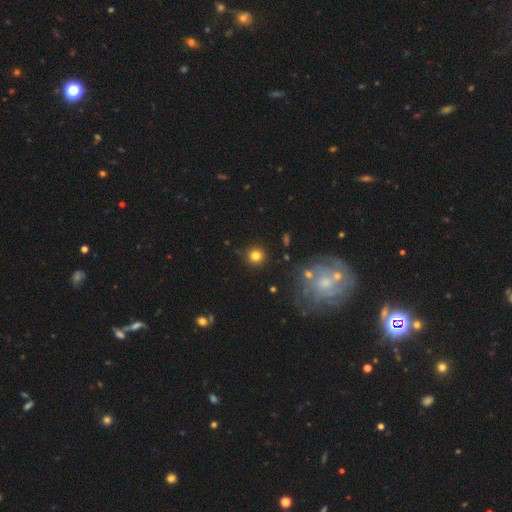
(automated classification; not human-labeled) smooth_or_featured: smooth (p=0.80) [alt: star or artifact p=0.13]
how_rounded: round (p=0.94) [alt: in between p=0.05]
merging: none (p=0.88) [alt: minor disturbance p=0.07]